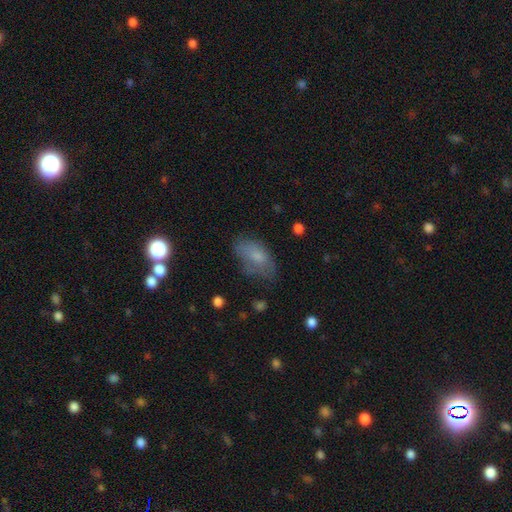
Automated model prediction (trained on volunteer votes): Morphology: type=smooth (70%); roundness=in between (90%); merging=none (52%).